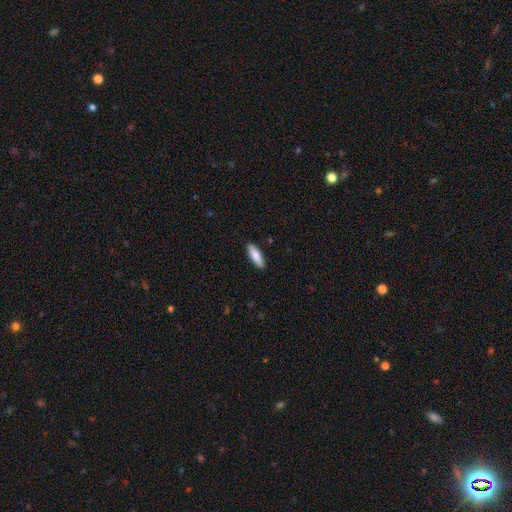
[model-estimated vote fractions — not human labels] A smooth galaxy with no disk features (80%) that is in between round and cigar-shaped (59%).

Vote fractions:
- Smooth or featured? smooth: 80% / featured or disk: 15% / star or artifact: 6%
- How rounded? in between: 59% / cigar-shaped: 39% / round: 2%
- Merging? none: 88% / minor disturbance: 9% / major disturbance: 2% / merger: 1%